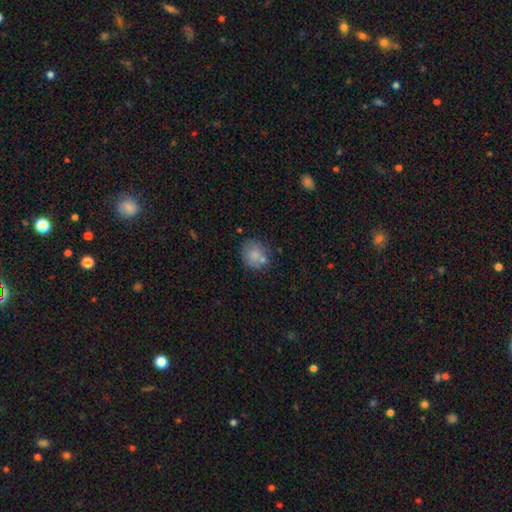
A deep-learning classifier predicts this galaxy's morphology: Smooth or featured? smooth (75%)
How rounded? round (74%)
Merging? none (61%)